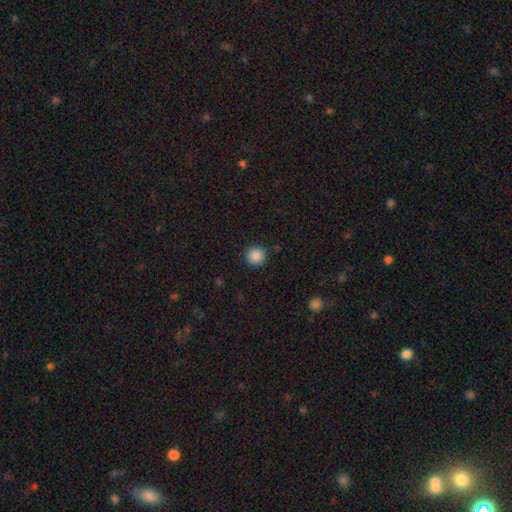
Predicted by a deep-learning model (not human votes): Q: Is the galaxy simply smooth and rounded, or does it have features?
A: smooth — 87%.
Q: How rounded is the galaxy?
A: round — 94%.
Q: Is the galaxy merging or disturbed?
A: none — 91%.